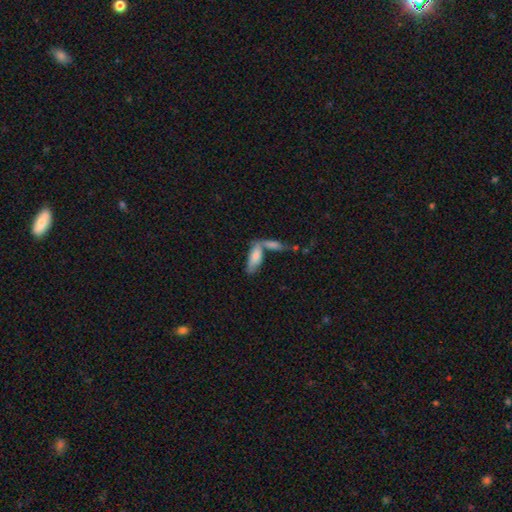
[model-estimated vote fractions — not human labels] Q: Smooth or featured?
A: smooth (76%); runner-up: featured or disk (18%)
Q: How rounded?
A: in between (71%); runner-up: cigar-shaped (27%)
Q: Merging?
A: merger (48%); runner-up: none (35%)